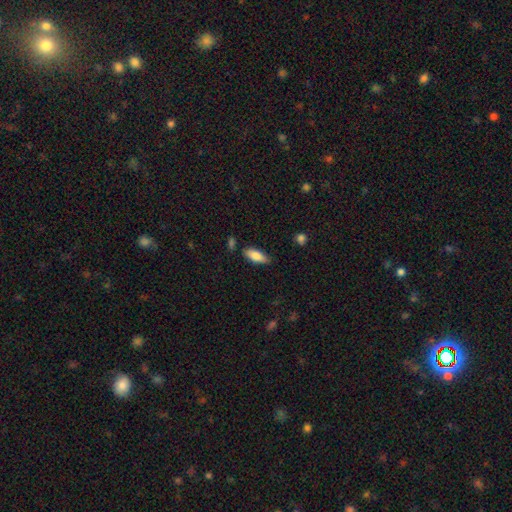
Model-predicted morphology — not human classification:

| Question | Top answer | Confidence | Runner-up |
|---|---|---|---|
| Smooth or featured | smooth | 82% | featured or disk (12%) |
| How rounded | in between | 77% | cigar-shaped (22%) |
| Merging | none | 78% | minor disturbance (16%) |